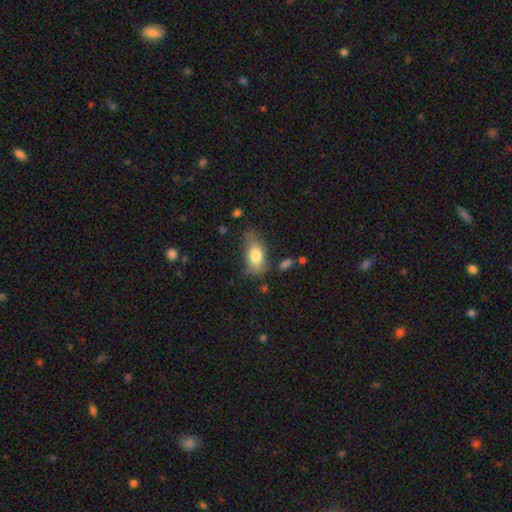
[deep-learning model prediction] Smooth or featured: smooth — 78% (featured or disk — 14%)
How rounded: in between — 88% (round — 7%)
Merging: none — 55% (minor disturbance — 31%)